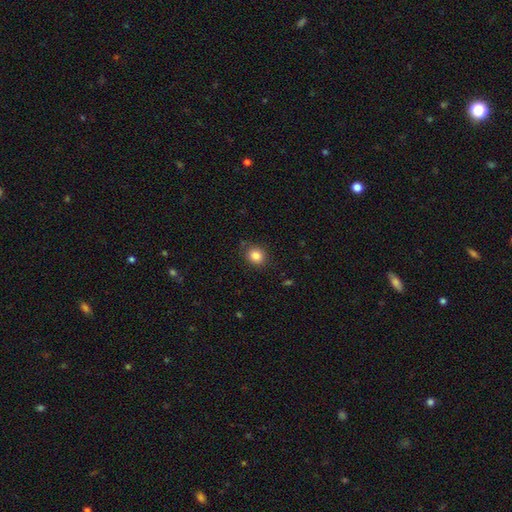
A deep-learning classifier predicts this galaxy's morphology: Overall: smooth (85%). How rounded: round (71%). Merging: none (82%).